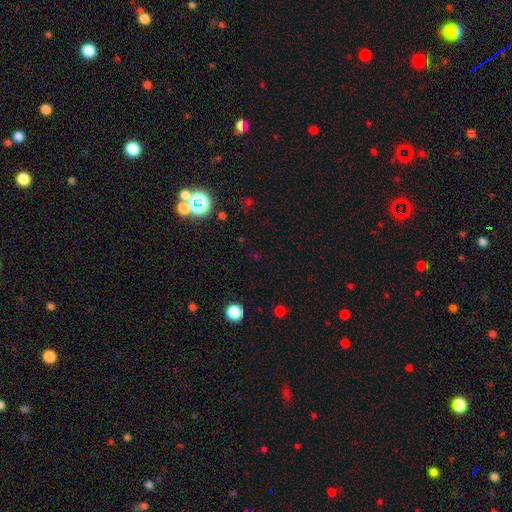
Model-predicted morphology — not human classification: A star or artifact, not a galaxy (59%).

Vote fractions:
- Smooth or featured? star or artifact: 59% / smooth: 34% / featured or disk: 7%